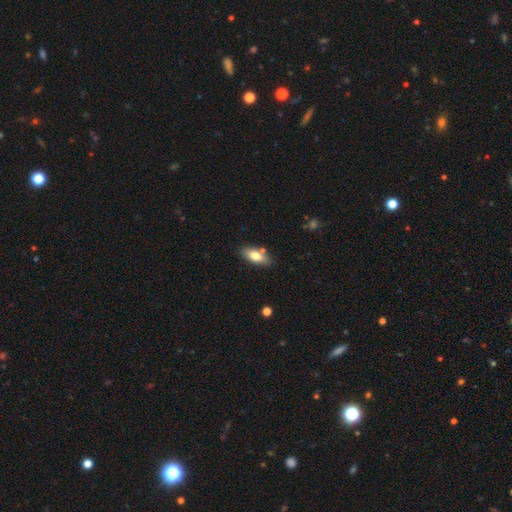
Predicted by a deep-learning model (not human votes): smooth_or_featured: smooth (p=0.76) [alt: featured or disk p=0.17]
how_rounded: in between (p=0.83) [alt: cigar-shaped p=0.15]
merging: none (p=0.76) [alt: minor disturbance p=0.14]